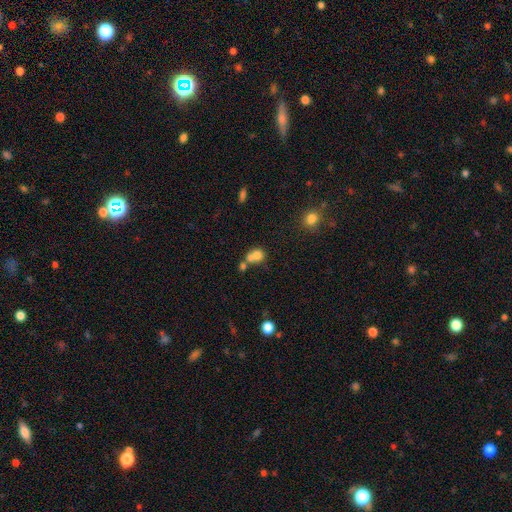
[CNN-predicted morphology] A smooth galaxy with no disk features (72%) that is round (75%).

Vote fractions:
- Smooth or featured? smooth: 72% / featured or disk: 16% / star or artifact: 12%
- How rounded? round: 75% / in between: 24% / cigar-shaped: 1%
- Merging? merger: 56% / none: 31% / minor disturbance: 8% / major disturbance: 5%